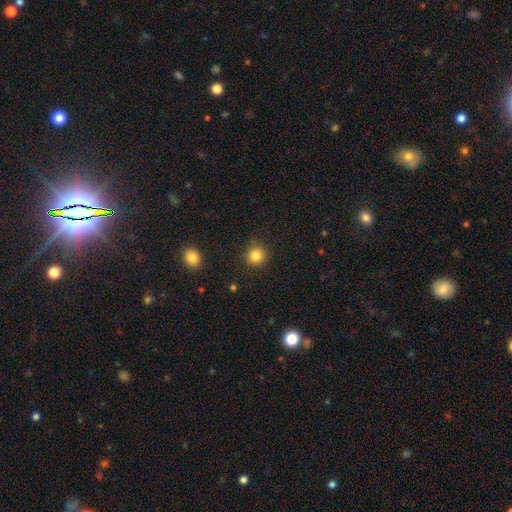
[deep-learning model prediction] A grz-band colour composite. It shows a smooth galaxy with no disk features (84%) that is round (92%). Merging: none (89%).